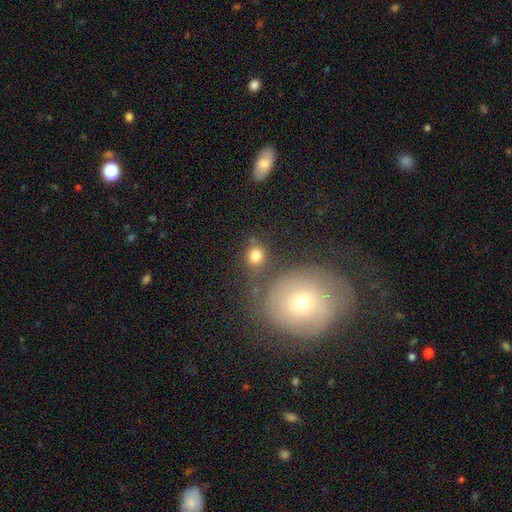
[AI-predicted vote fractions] Q: Smooth or featured?
A: smooth (78%); runner-up: star or artifact (13%)
Q: How rounded?
A: round (76%); runner-up: in between (23%)
Q: Merging?
A: none (65%); runner-up: merger (16%)